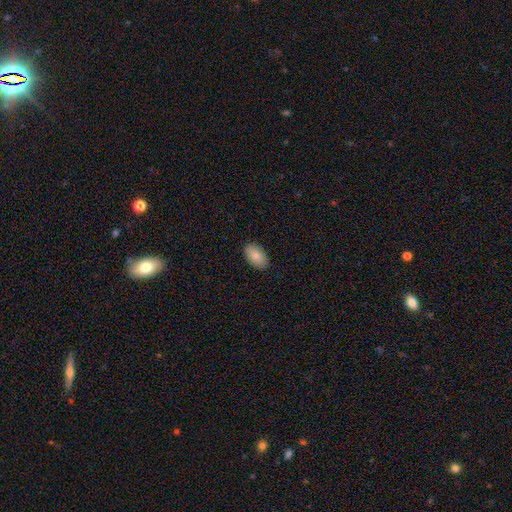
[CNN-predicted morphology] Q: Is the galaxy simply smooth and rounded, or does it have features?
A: smooth — 84%.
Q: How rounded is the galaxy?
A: in between — 94%.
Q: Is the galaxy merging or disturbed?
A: none — 89%.